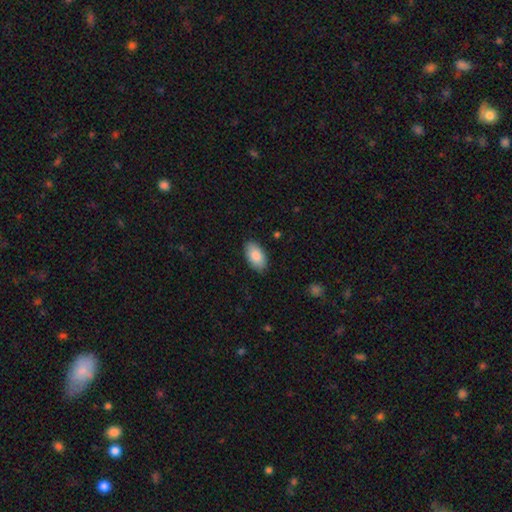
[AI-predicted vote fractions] smooth-or-featured: smooth: 86% | featured or disk: 8% | star or artifact: 6%
  how-rounded: in between: 95% | round: 3% | cigar-shaped: 2%
  merging: none: 88% | minor disturbance: 9% | major disturbance: 2% | merger: 1%